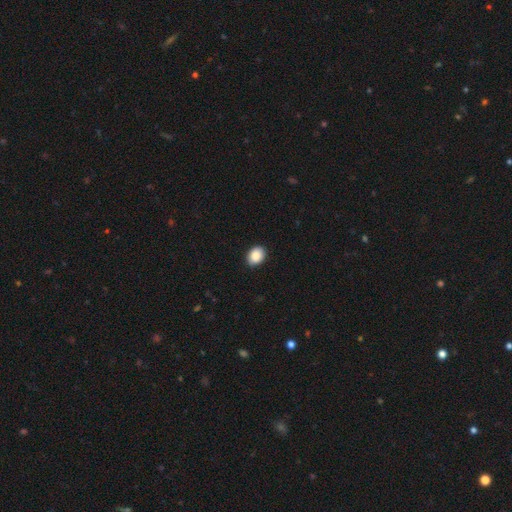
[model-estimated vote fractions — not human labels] The model was most divided on "how rounded": in between: 64%, round: 35%, cigar-shaped: 1%. More confident: smooth or featured — smooth (89%); merging — none (89%).